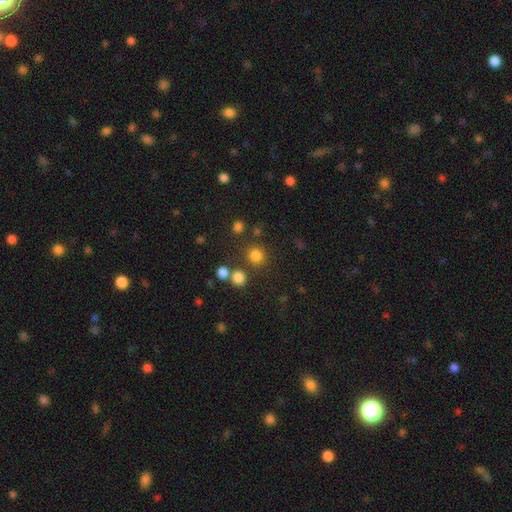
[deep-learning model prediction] Smooth or featured: smooth — 80% (star or artifact — 15%)
How rounded: round — 90% (in between — 9%)
Merging: none — 79% (merger — 10%)